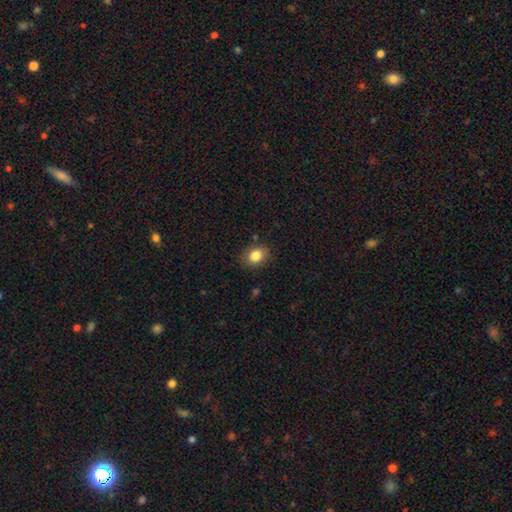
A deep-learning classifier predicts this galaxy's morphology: A smooth galaxy with no disk features (84%) that is in between round and cigar-shaped (53%).

Vote fractions:
- Smooth or featured? smooth: 84% / star or artifact: 9% / featured or disk: 8%
- How rounded? in between: 53% / round: 46% / cigar-shaped: 1%
- Merging? none: 82% / minor disturbance: 13% / major disturbance: 3% / merger: 2%